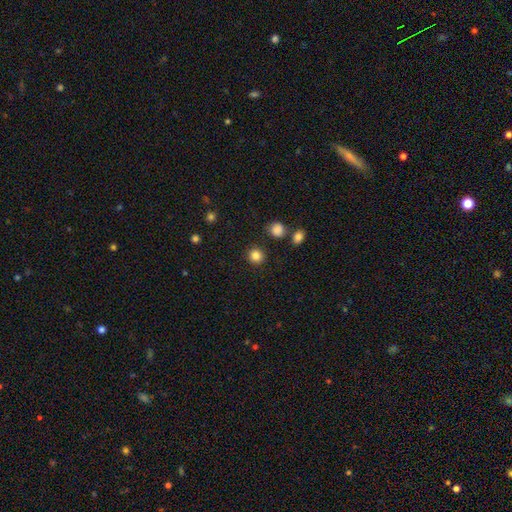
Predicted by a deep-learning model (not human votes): Morphology: type=smooth (85%); roundness=round (92%); merging=none (90%).